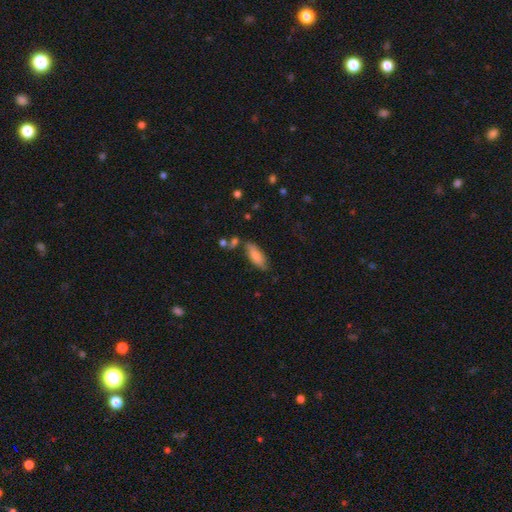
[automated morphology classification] type=smooth (79%); roundness=in between (61%); merging=none (70%).